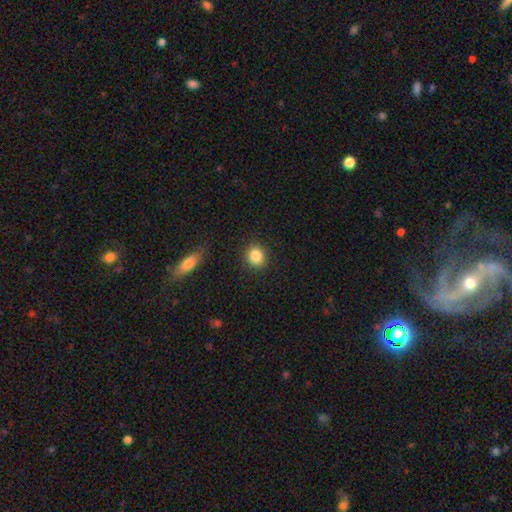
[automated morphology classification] Smooth or featured: smooth — 86% (star or artifact — 9%)
How rounded: round — 81% (in between — 18%)
Merging: none — 89% (minor disturbance — 7%)